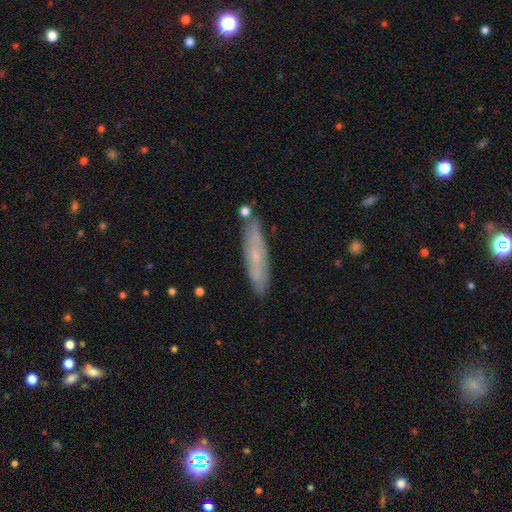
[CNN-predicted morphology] A featured or disk galaxy (49%).

Vote fractions:
- Smooth or featured? featured or disk: 49% / smooth: 44% / star or artifact: 8%
- Merging? none: 79% / minor disturbance: 14% / merger: 4% / major disturbance: 3%